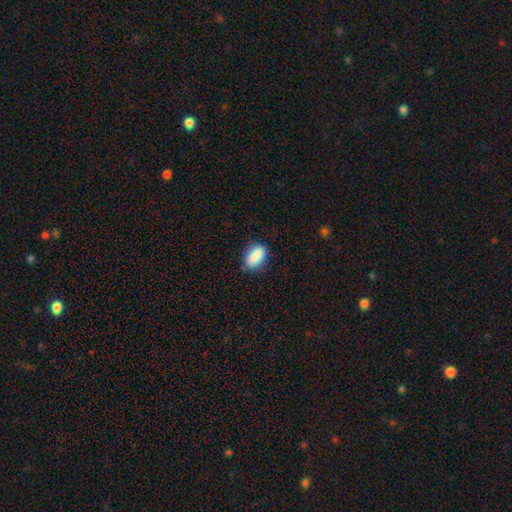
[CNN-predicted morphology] Q: Smooth or featured?
A: smooth (87%); runner-up: star or artifact (8%)
Q: How rounded?
A: in between (88%); runner-up: round (8%)
Q: Merging?
A: none (72%); runner-up: minor disturbance (22%)